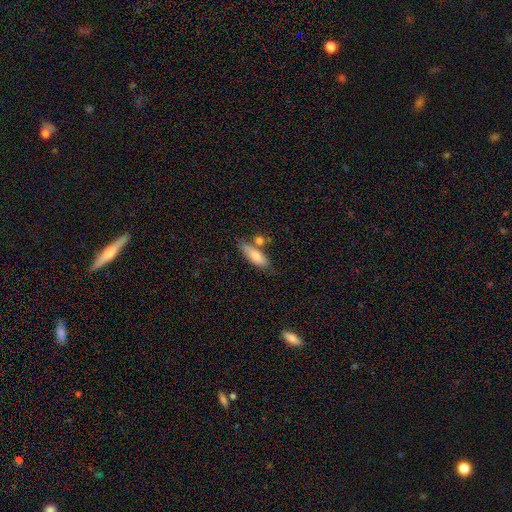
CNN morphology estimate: This appears to be a smooth galaxy with no disk features (74%) that is in between round and cigar-shaped (61%). Merging: none (59%).